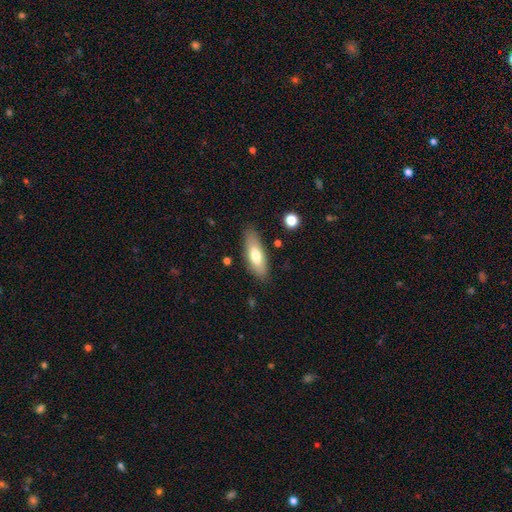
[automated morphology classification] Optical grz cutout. It shows a smooth galaxy with no disk features (69%) that is in between round and cigar-shaped (64%). Merging: none (83%).